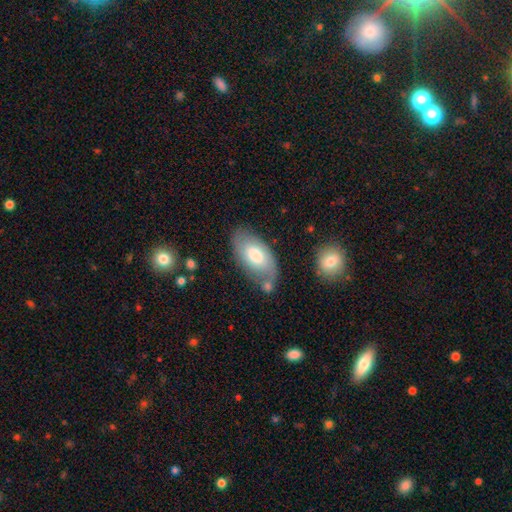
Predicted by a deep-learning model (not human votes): Overall: smooth (68%). How rounded: in between (94%). Merging: none (66%).